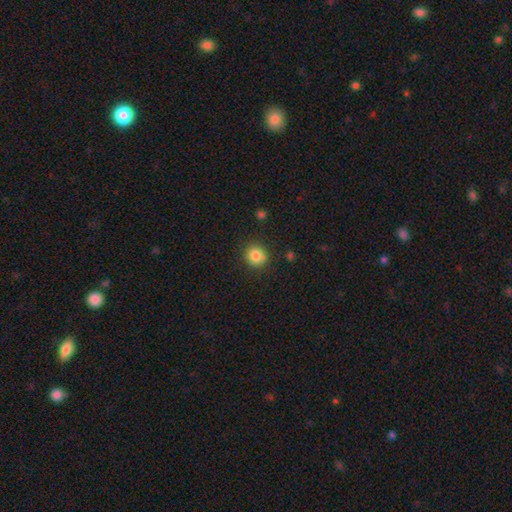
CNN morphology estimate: A smooth galaxy with no disk features (85%) that is round (88%). Merging: none (87%).